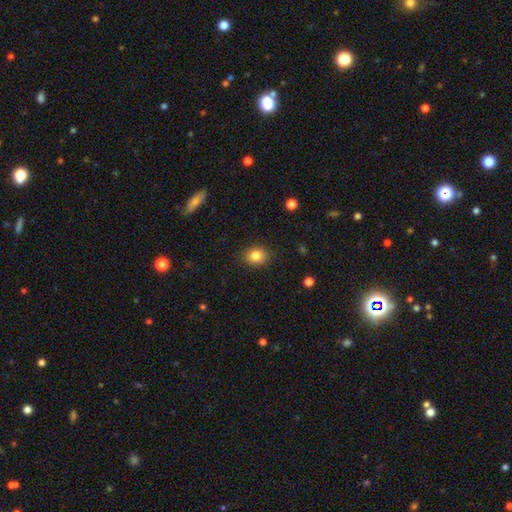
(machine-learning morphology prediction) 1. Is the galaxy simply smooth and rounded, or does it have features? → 84% smooth, 10% star or artifact, 6% featured or disk.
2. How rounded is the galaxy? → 56% round, 43% in between, 1% cigar-shaped.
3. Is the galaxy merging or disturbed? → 87% none, 9% minor disturbance, 2% major disturbance, 1% merger.